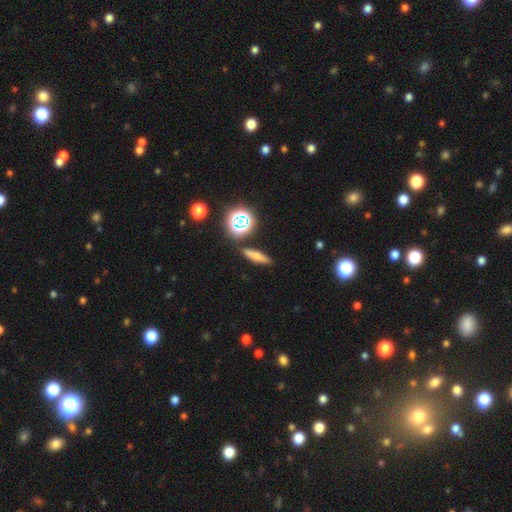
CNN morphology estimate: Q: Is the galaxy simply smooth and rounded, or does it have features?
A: smooth — 60%.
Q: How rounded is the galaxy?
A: cigar-shaped — 66%.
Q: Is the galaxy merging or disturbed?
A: none — 84%.